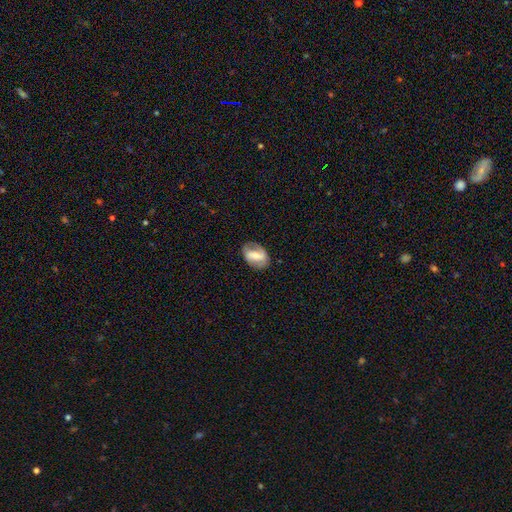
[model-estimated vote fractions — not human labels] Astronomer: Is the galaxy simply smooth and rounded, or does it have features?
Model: featured or disk — 52% (runner-up: smooth, 40%).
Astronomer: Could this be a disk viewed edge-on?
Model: no — 94%.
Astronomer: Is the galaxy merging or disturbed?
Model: none — 73%.